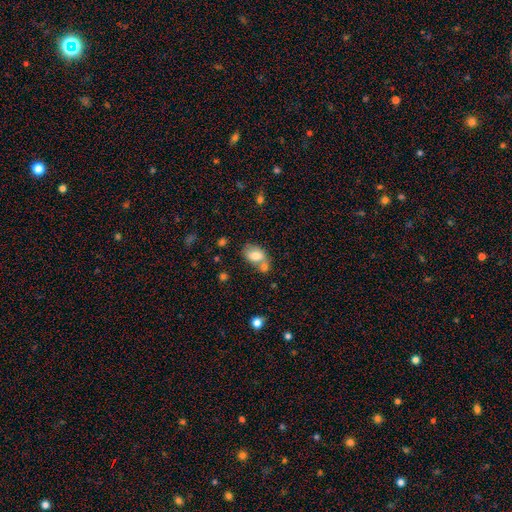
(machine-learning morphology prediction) Overall: smooth (75%). How rounded: in between (81%). Merging: merger (41%; none 39%).